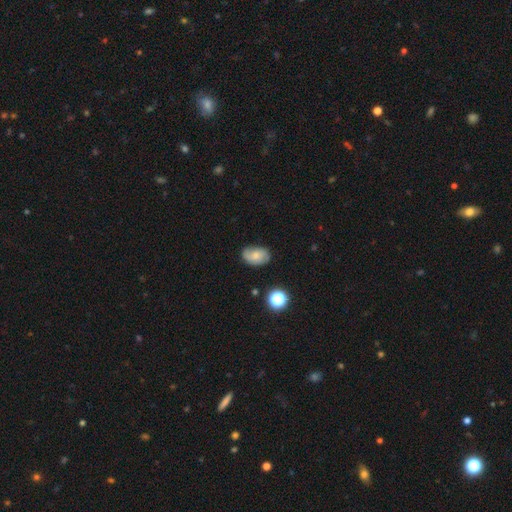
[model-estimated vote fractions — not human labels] A smooth galaxy with no disk features (49%).

Vote fractions:
- Smooth or featured? smooth: 49% / featured or disk: 40% / star or artifact: 11%
- Merging? none: 69% / minor disturbance: 24% / major disturbance: 6% / merger: 2%